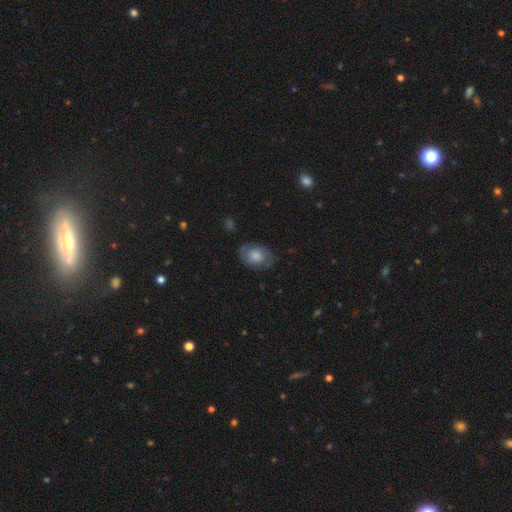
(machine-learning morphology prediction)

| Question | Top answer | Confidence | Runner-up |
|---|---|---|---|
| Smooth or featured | smooth | 59% | featured or disk (33%) |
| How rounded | in between | 78% | round (20%) |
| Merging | none | 72% | minor disturbance (19%) |